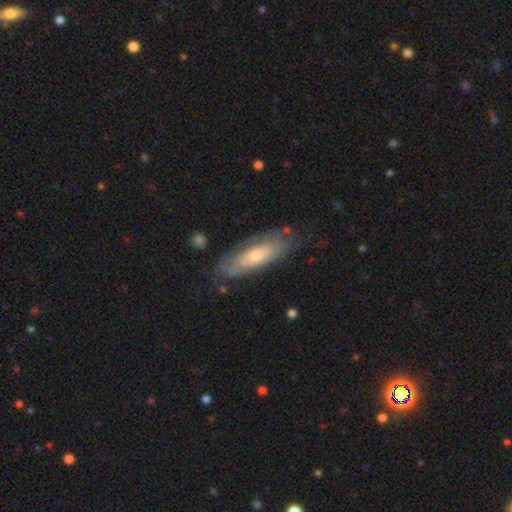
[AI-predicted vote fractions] Overall: featured or disk (58%; smooth 37%). Edge-on disk: no (76%). Merging: none (70%).